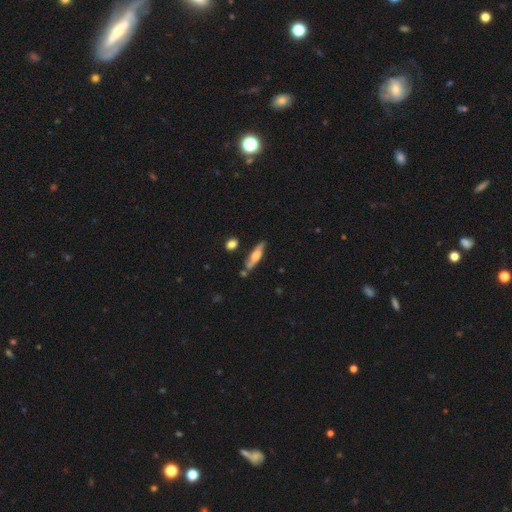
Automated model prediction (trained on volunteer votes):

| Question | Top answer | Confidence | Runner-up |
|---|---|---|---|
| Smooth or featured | smooth | 51% | featured or disk (42%) |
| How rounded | cigar-shaped | 72% | in between (26%) |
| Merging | none | 72% | minor disturbance (17%) |